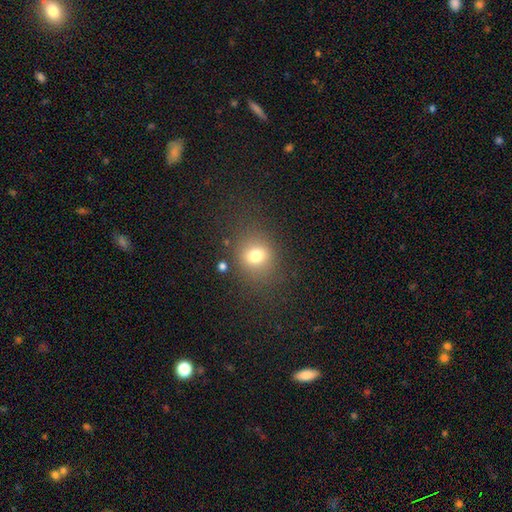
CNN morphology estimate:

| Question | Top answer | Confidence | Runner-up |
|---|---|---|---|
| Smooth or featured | smooth | 75% | star or artifact (14%) |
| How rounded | round | 67% | in between (32%) |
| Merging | none | 78% | minor disturbance (12%) |